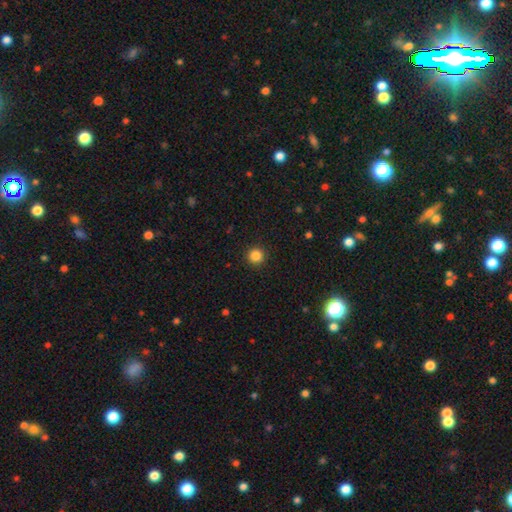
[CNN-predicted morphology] Smooth or featured? smooth (85%)
How rounded? round (96%)
Merging? none (93%)